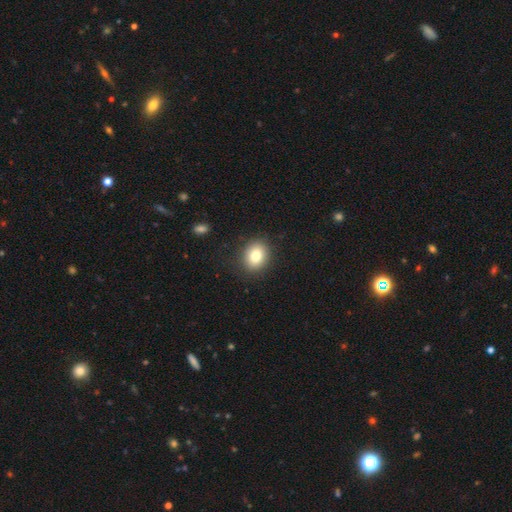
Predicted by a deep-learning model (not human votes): Overall: smooth (81%). How rounded: round (57%; in between 42%). Merging: none (87%).